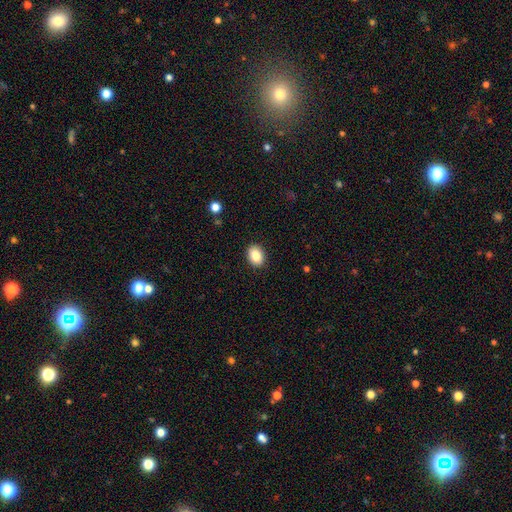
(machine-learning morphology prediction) Smooth or featured? smooth (86%)
How rounded? in between (75%)
Merging? none (90%)